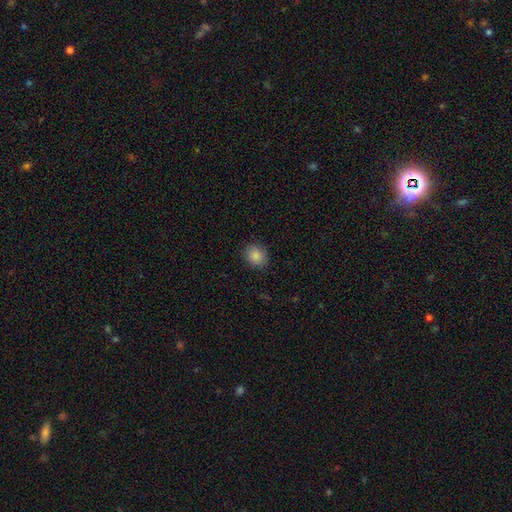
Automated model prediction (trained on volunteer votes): A smooth galaxy with no disk features (86%) that is round (64%). Merging: none (88%).